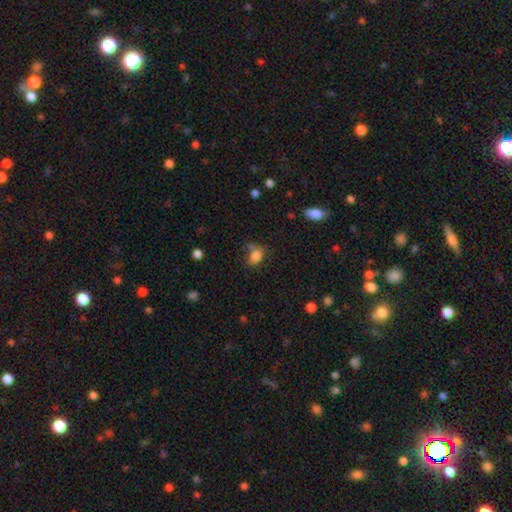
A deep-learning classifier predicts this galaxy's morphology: smooth-or-featured: smooth: 81% | star or artifact: 11% | featured or disk: 8%
  how-rounded: in between: 76% | round: 23% | cigar-shaped: 2%
  merging: none: 53% | minor disturbance: 24% | merger: 13% | major disturbance: 10%